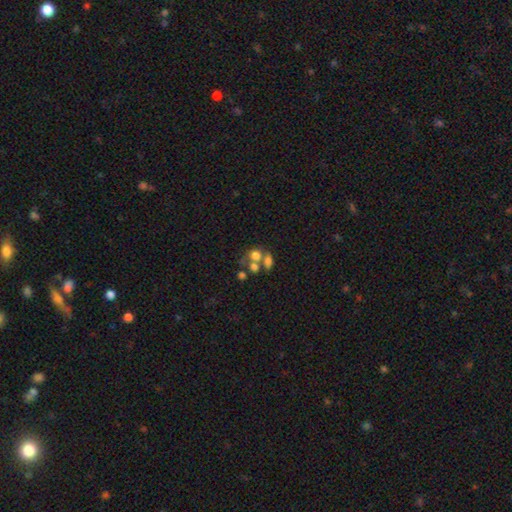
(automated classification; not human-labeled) A smooth galaxy with no disk features (65%) that is round (54%).

Vote fractions:
- Smooth or featured? smooth: 65% / featured or disk: 22% / star or artifact: 13%
- How rounded? round: 54% / in between: 44% / cigar-shaped: 2%
- Merging? merger: 55% / none: 28% / minor disturbance: 9% / major disturbance: 9%